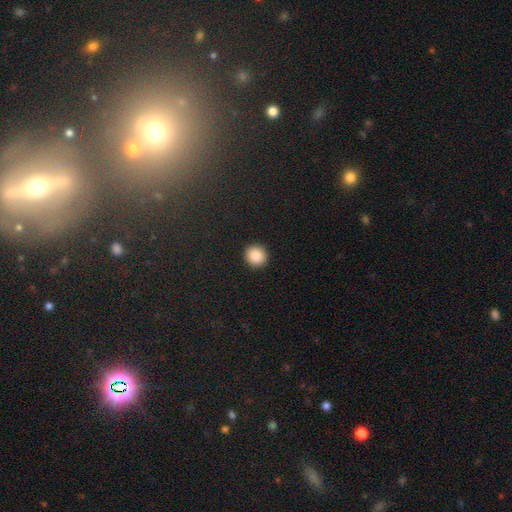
smooth_or_featured: smooth (p=0.87) [alt: star or artifact p=0.10]
how_rounded: round (p=1.00)
merging: none (p=0.86) [alt: minor disturbance p=0.09]